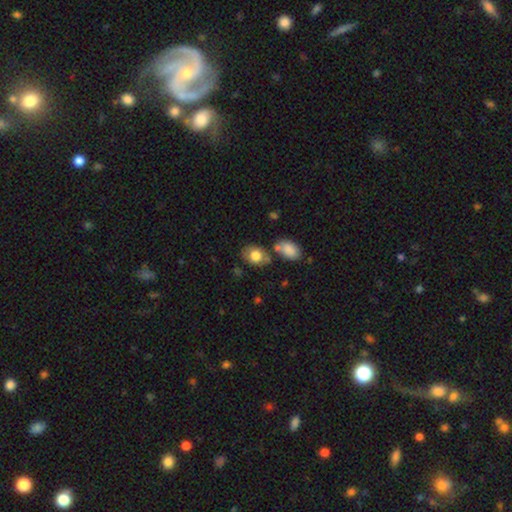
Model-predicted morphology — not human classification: Smooth or featured: smooth — 79% (featured or disk — 14%)
How rounded: in between — 67% (round — 32%)
Merging: none — 61% (minor disturbance — 19%)